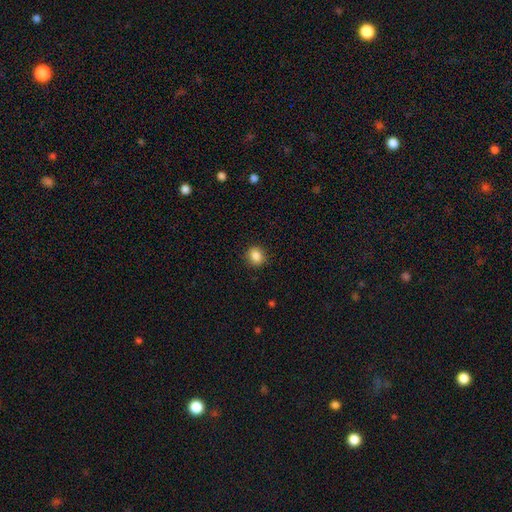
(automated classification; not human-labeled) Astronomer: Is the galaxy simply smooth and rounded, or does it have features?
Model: smooth — 87%.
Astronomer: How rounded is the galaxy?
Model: round — 66%.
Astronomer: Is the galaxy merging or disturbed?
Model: none — 87%.